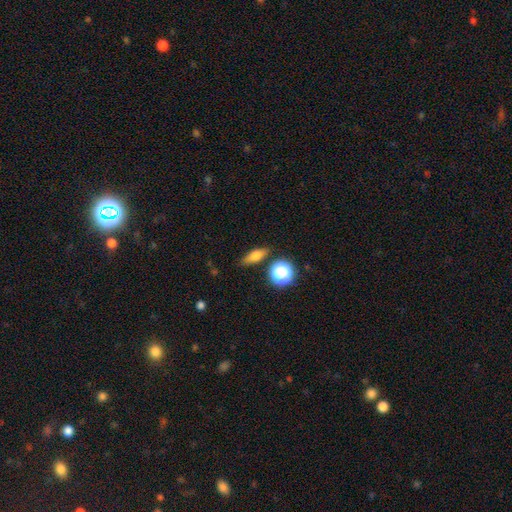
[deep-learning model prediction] This is likely a smooth galaxy (70%). How rounded: possibly in between (54%). Merging: likely none (80%).